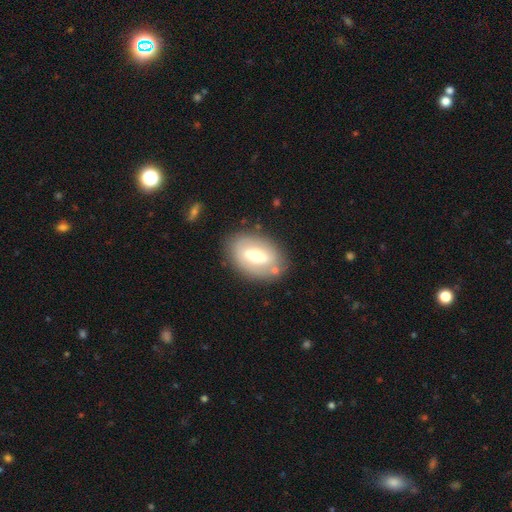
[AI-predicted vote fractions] Smooth or featured?
  - featured or disk: 47% *
  - smooth: 46%
  - star or artifact: 7%
Merging?
  - none: 77% *
  - minor disturbance: 13%
  - major disturbance: 5%
  - merger: 5%